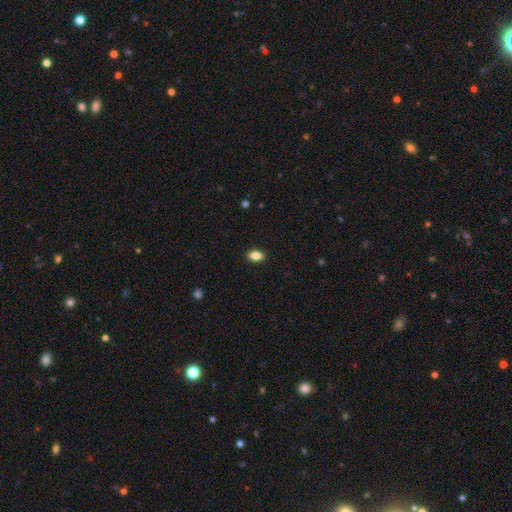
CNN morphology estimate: type=smooth (85%); roundness=in between (84%); merging=none (90%).